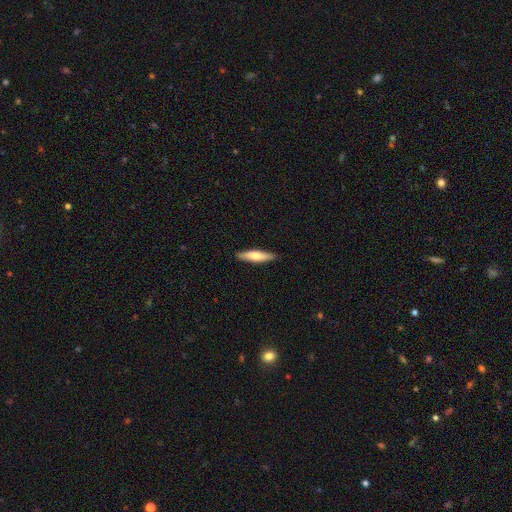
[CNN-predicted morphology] This appears to be a smooth galaxy with no disk features (62%) that is cigar-shaped (75%). Merging: none (89%).